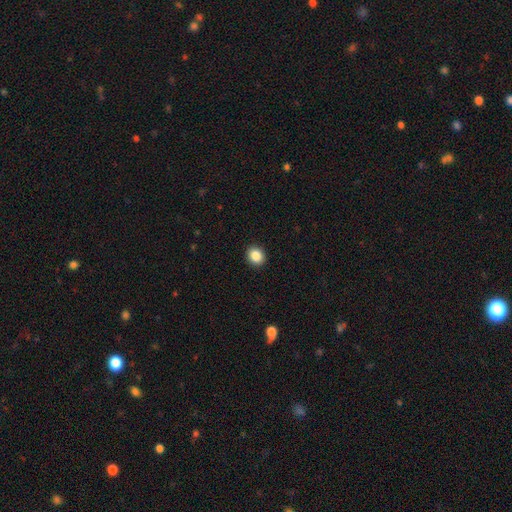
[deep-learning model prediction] Smooth or featured?
  - smooth: 87% *
  - star or artifact: 9%
  - featured or disk: 4%
How rounded?
  - round: 71% *
  - in between: 28%
  - cigar-shaped: 1%
Merging?
  - none: 92% *
  - minor disturbance: 5%
  - major disturbance: 2%
  - merger: 1%